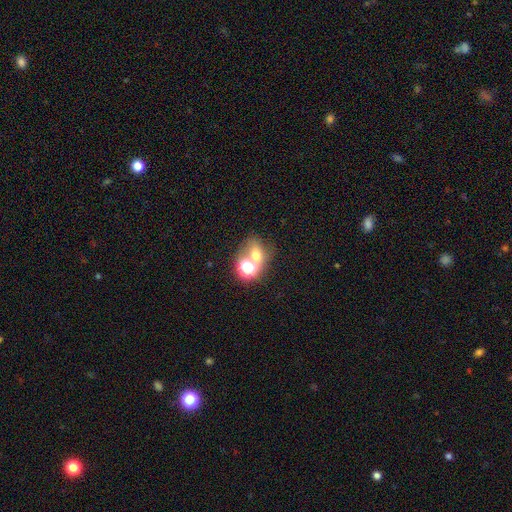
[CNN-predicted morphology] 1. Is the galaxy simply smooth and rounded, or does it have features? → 57% smooth, 27% star or artifact, 15% featured or disk.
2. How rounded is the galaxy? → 58% round, 41% in between, 1% cigar-shaped.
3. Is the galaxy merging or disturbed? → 43% none, 41% merger, 9% minor disturbance, 6% major disturbance.